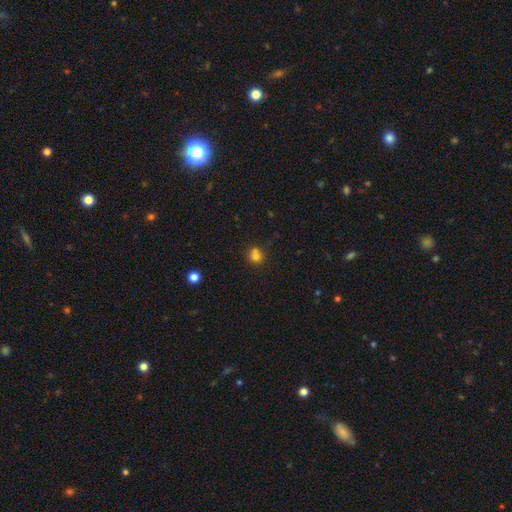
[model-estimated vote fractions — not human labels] smooth 75%, star or artifact 14%, featured or disk 11%. Down the decision tree: how rounded — round (82%); merging — none (50%).